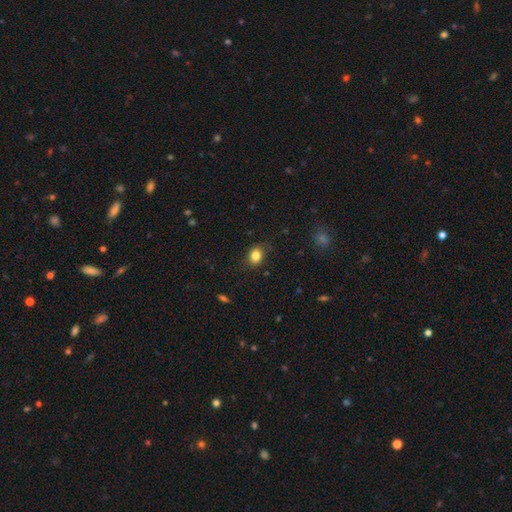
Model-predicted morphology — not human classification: A smooth galaxy with no disk features (83%) that is round (50%, tied with in between). Merging: none (84%).